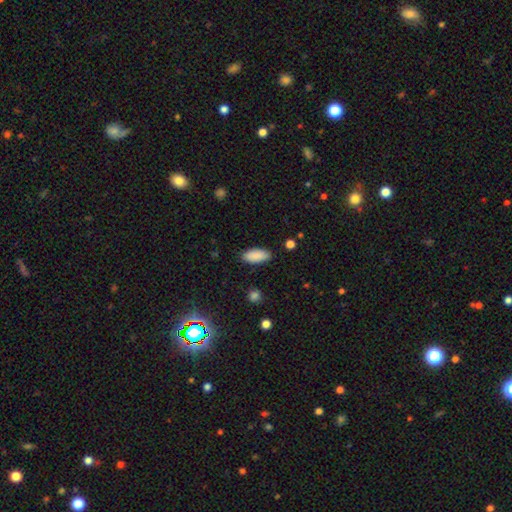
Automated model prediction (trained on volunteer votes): smooth 89%, star or artifact 7%, featured or disk 4%. Down the decision tree: how rounded — in between (87%); merging — none (87%).